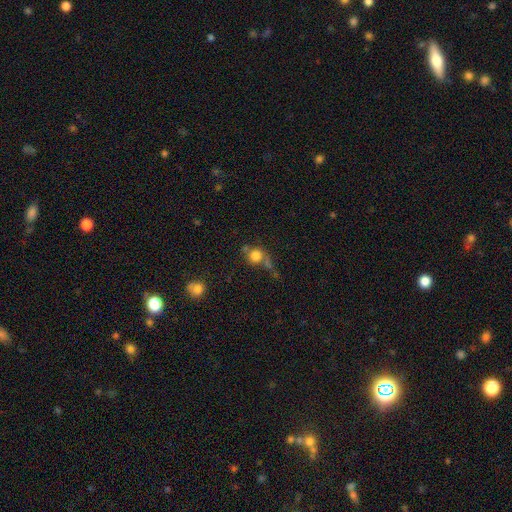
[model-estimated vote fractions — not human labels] Smooth or featured?
  - smooth: 76% *
  - star or artifact: 13%
  - featured or disk: 11%
How rounded?
  - round: 84% *
  - in between: 14%
  - cigar-shaped: 2%
Merging?
  - none: 50% *
  - merger: 20%
  - minor disturbance: 18%
  - major disturbance: 12%